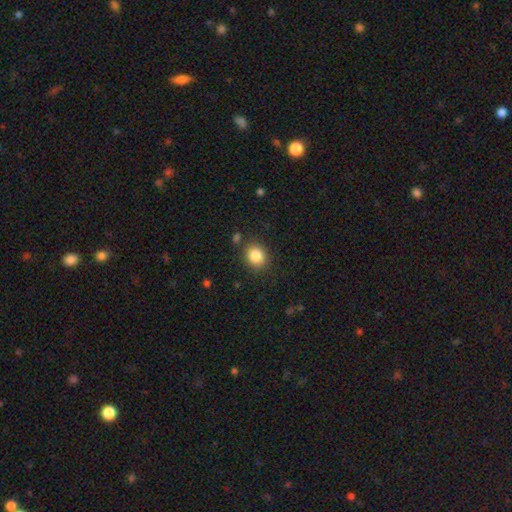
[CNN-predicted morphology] The model was most divided on "how rounded": round: 74%, in between: 25%, cigar-shaped: 1%. More confident: merging — none (86%); smooth or featured — smooth (85%).